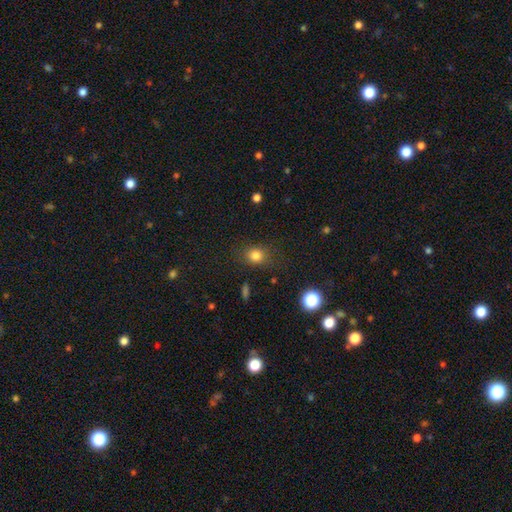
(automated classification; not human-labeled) Smooth or featured? Predicted: smooth (p=0.81). How rounded? Predicted: round (p=0.69). Merging? Predicted: none (p=0.80).